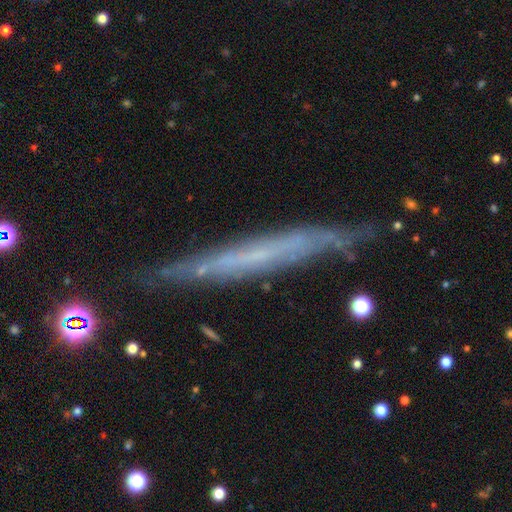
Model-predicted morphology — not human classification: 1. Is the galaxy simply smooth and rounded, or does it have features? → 61% featured or disk, 31% smooth, 8% star or artifact.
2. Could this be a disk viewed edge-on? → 88% yes, 12% no.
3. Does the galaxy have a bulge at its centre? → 83% none, 11% rounded, 7% boxy.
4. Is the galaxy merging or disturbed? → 75% none, 18% minor disturbance, 5% major disturbance, 3% merger.